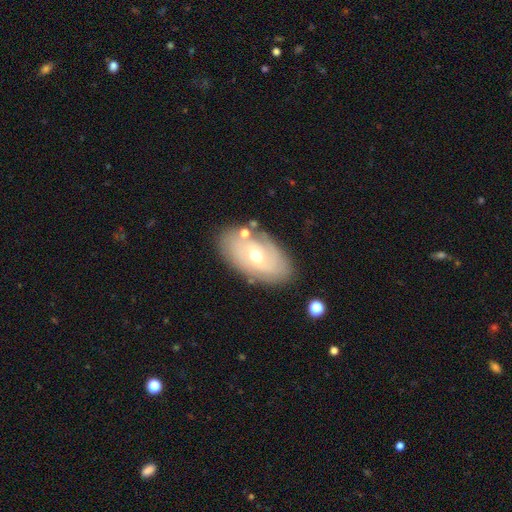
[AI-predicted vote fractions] A featured or disk galaxy (65%) with no bar (52%), spiral arms (74%) and a moderate central bulge (62%).

Vote fractions:
- Smooth or featured? featured or disk: 65% / smooth: 28% / star or artifact: 7%
- Edge-on disk? no: 92% / yes: 8%
- Bar? no: 52% / weak: 39% / strong: 9%
- Spiral arms? yes: 74% / no: 26%
- Bulge size? moderate: 62% / small: 34% / large: 3% / dominant: 1% / none: 1%
- Merging? none: 76% / minor disturbance: 15% / merger: 4% / major disturbance: 4%